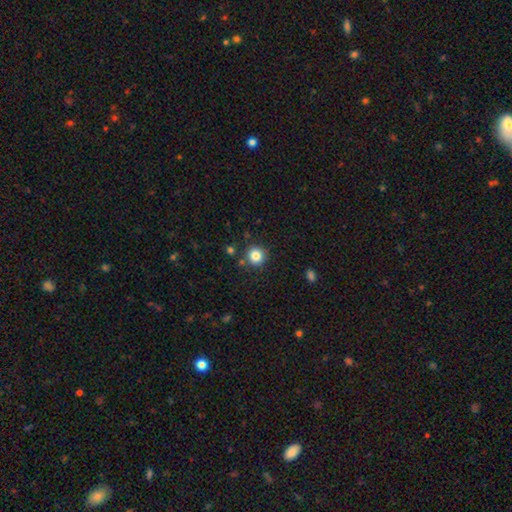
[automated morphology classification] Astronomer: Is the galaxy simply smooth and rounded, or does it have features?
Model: smooth — 84%.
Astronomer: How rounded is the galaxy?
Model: round — 93%.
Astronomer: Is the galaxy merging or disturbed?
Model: none — 85%.